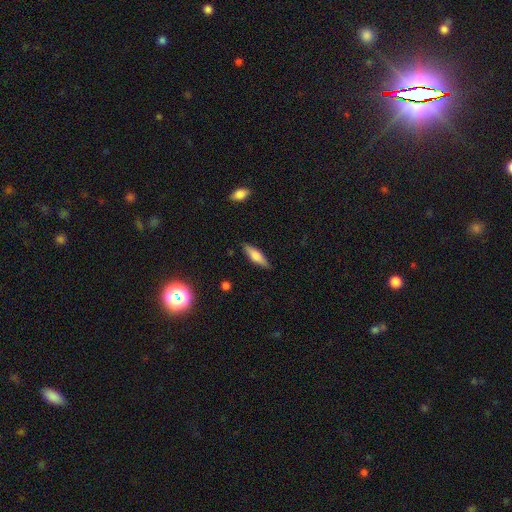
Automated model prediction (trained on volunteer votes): Morphology: type=smooth (60%); roundness=cigar-shaped (61%); merging=none (86%).